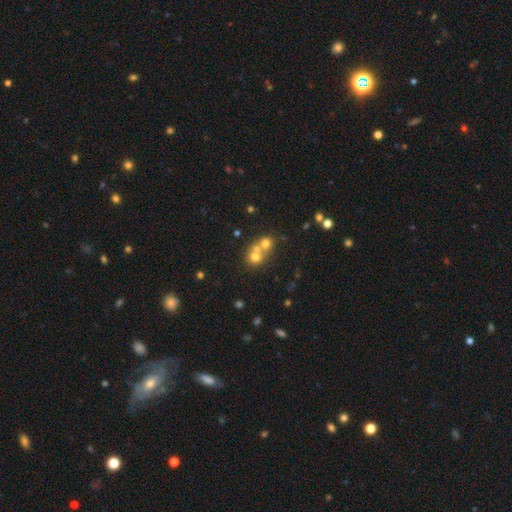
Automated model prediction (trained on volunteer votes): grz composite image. It shows a smooth galaxy with no disk features (63%) that is round (82%). Merging: merger (58%).